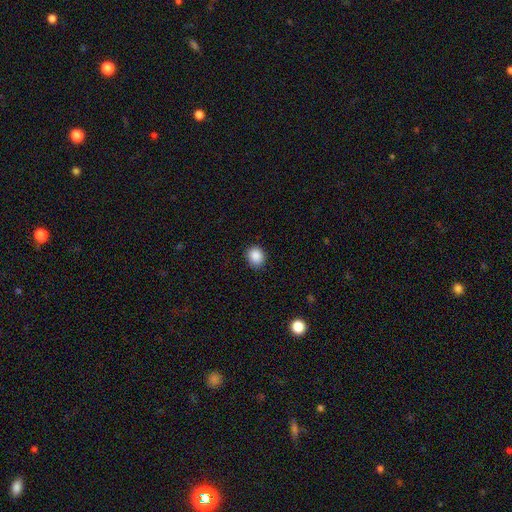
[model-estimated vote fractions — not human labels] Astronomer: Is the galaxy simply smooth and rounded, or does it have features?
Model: smooth — 88%.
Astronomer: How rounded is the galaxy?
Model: round — 72%.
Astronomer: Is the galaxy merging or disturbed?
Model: none — 88%.